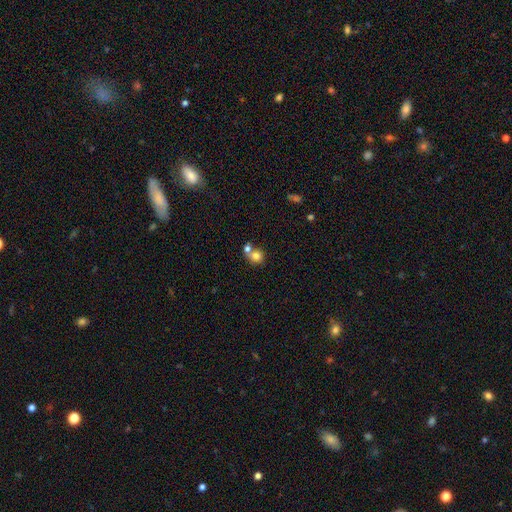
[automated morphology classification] smooth 78%, featured or disk 12%, star or artifact 10%. Down the decision tree: how rounded — round (83%); merging — merger (47%).